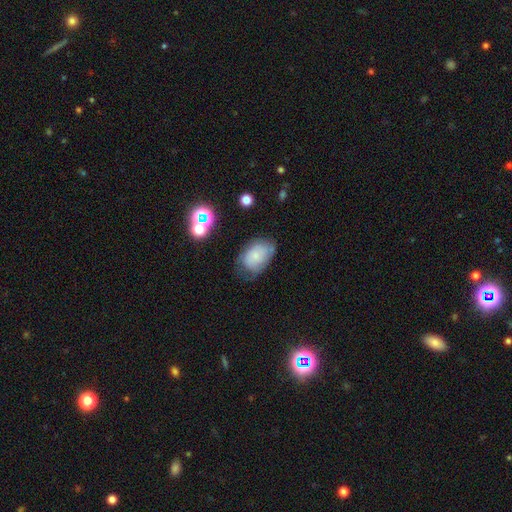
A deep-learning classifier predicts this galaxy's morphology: type=smooth (66%); roundness=in between (85%); merging=none (53%).